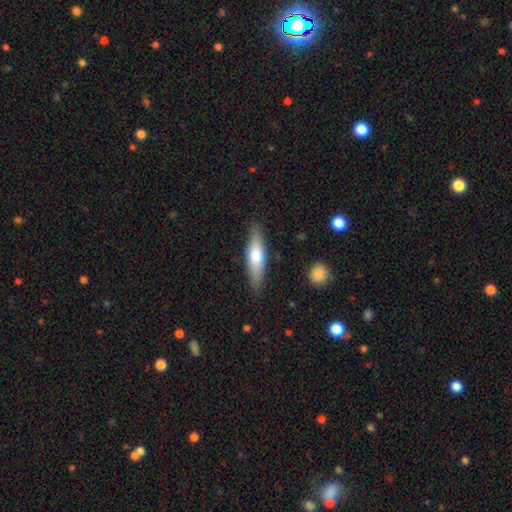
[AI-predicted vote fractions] Smooth or featured? smooth (59%)
How rounded? cigar-shaped (67%)
Merging? none (84%)